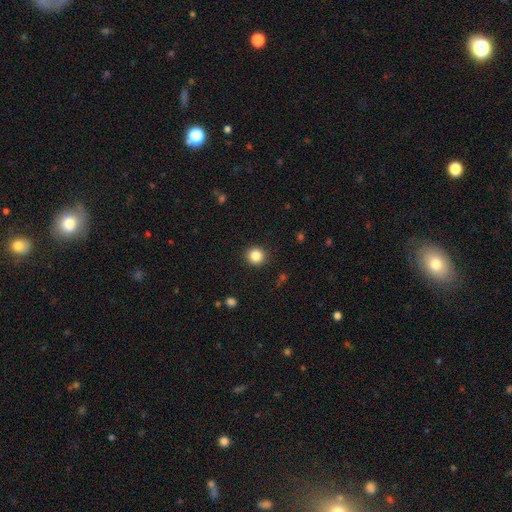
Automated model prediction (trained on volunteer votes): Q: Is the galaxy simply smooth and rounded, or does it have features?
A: smooth — 85%.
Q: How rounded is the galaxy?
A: round — 92%.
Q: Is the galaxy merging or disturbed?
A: none — 91%.